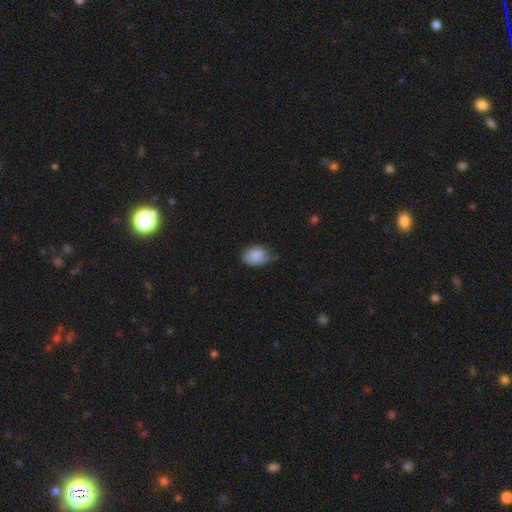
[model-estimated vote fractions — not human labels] Smooth or featured? Predicted: smooth (p=0.84). How rounded? Predicted: in between (p=0.82). Merging? Predicted: minor disturbance (p=0.45).